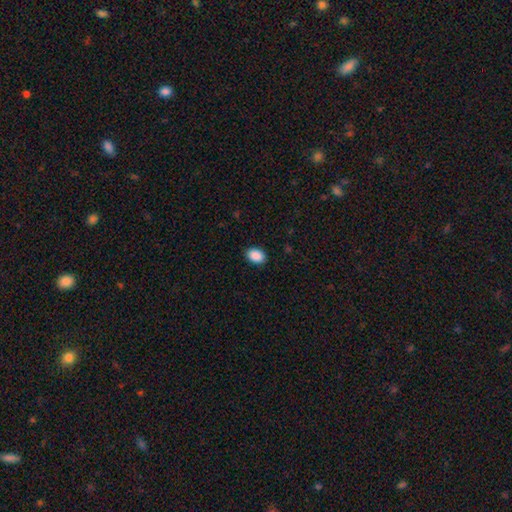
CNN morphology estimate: smooth-or-featured: smooth: 90% | star or artifact: 7% | featured or disk: 2%
  how-rounded: in between: 83% | round: 16% | cigar-shaped: 1%
  merging: none: 89% | minor disturbance: 8% | major disturbance: 2% | merger: 1%